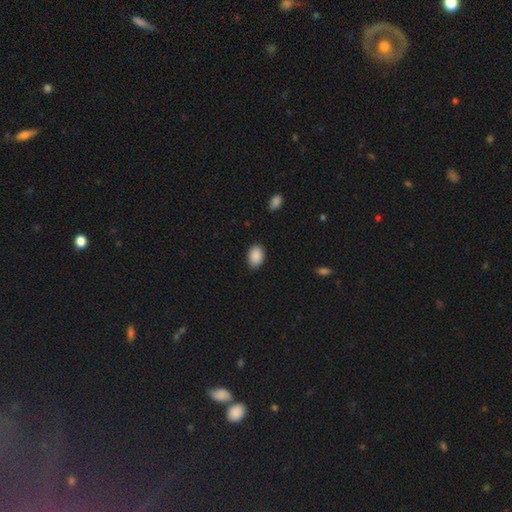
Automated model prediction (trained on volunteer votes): This appears to be a smooth galaxy with no disk features (90%) that is in between round and cigar-shaped (86%). Merging: none (83%).